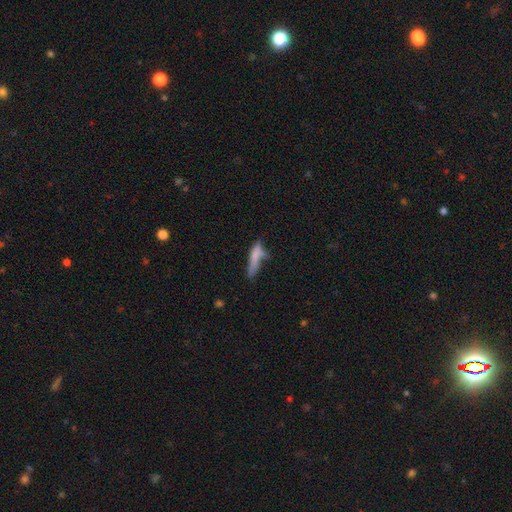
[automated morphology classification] This appears to be a smooth galaxy with no disk features (68%) that is cigar-shaped (78%). Merging: none (41%).